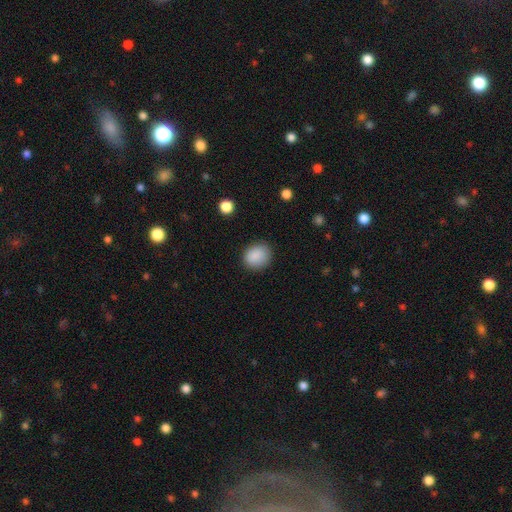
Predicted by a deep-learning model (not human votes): A smooth galaxy with no disk features (88%) that is round (57%).

Vote fractions:
- Smooth or featured? smooth: 88% / star or artifact: 8% / featured or disk: 4%
- How rounded? round: 57% / in between: 42% / cigar-shaped: 1%
- Merging? none: 83% / minor disturbance: 13% / major disturbance: 3% / merger: 1%